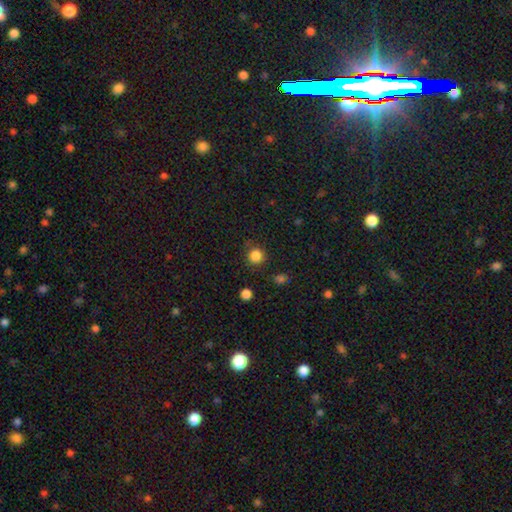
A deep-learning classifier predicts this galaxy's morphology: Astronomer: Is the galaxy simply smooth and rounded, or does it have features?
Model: smooth — 85%.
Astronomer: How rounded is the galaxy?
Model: round — 92%.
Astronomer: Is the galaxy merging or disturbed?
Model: none — 86%.